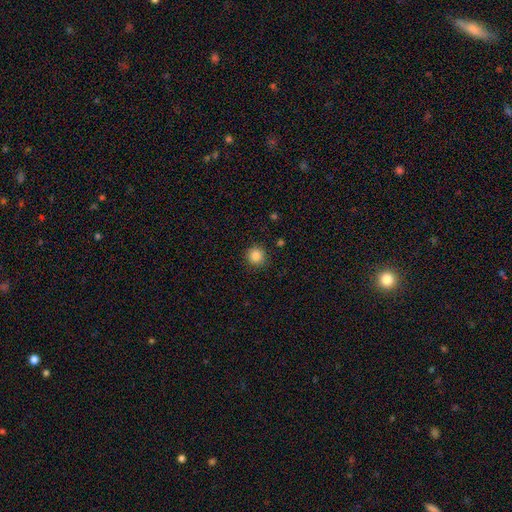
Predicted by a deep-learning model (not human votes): smooth_or_featured: smooth (p=0.86) [alt: star or artifact p=0.10]
how_rounded: round (p=0.94) [alt: in between p=0.05]
merging: none (p=0.90) [alt: minor disturbance p=0.07]